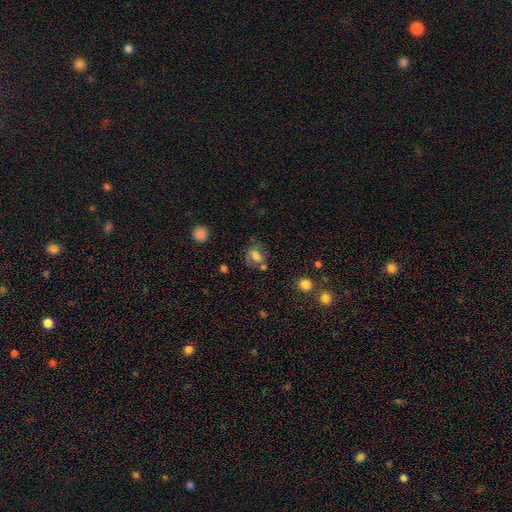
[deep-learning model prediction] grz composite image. It shows a smooth galaxy with no disk features (65%) that is in between round and cigar-shaped (65%). Merging: none (58%).